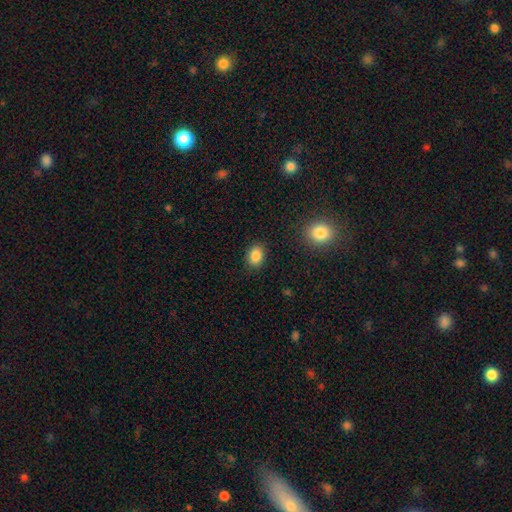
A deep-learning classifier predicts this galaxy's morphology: Smooth or featured? Predicted: smooth (p=0.86). How rounded? Predicted: in between (p=0.72). Merging? Predicted: none (p=0.87).